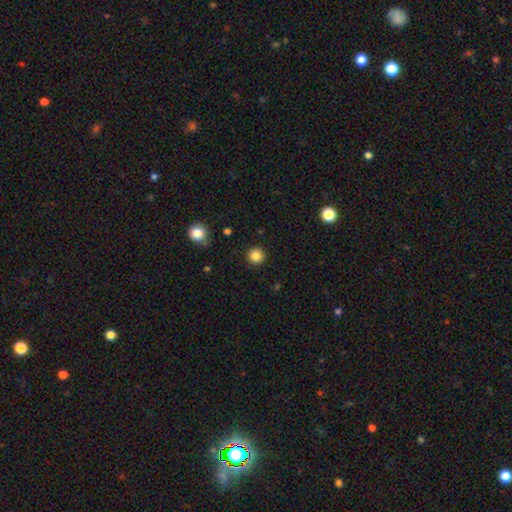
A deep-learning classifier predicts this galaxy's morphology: Smooth or featured? Predicted: smooth (p=0.85). How rounded? Predicted: round (p=0.95). Merging? Predicted: none (p=0.91).